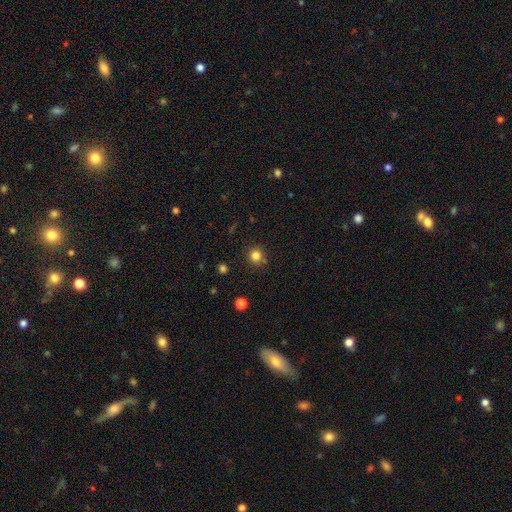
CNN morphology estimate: type=smooth (81%); roundness=round (92%); merging=none (82%).